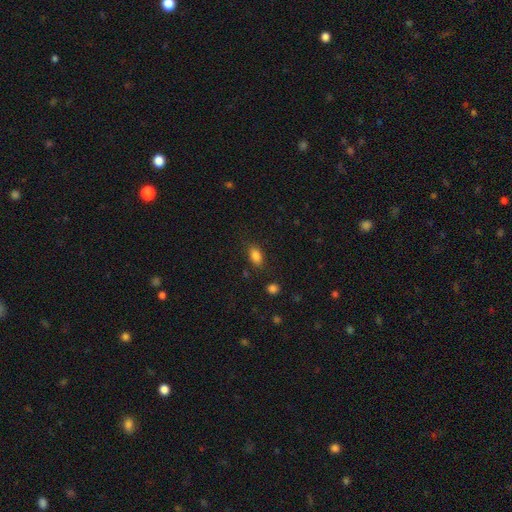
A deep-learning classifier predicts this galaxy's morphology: A smooth galaxy with no disk features (85%) that is in between round and cigar-shaped (88%).

Vote fractions:
- Smooth or featured? smooth: 85% / star or artifact: 10% / featured or disk: 5%
- How rounded? in between: 88% / round: 9% / cigar-shaped: 4%
- Merging? none: 82% / minor disturbance: 12% / major disturbance: 3% / merger: 2%